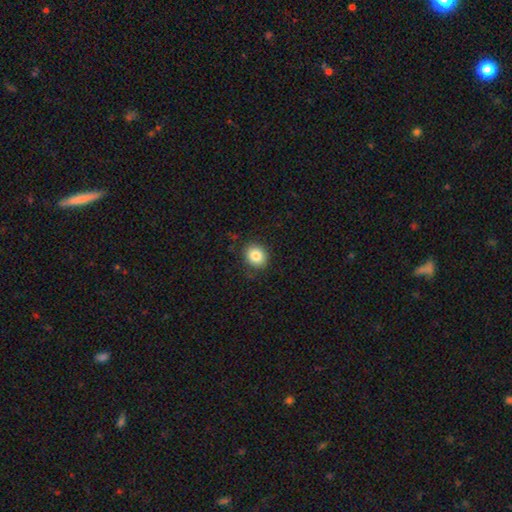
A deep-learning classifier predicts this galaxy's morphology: A smooth galaxy with no disk features (84%) that is round (67%).

Vote fractions:
- Smooth or featured? smooth: 84% / star or artifact: 9% / featured or disk: 6%
- How rounded? round: 67% / in between: 32% / cigar-shaped: 1%
- Merging? none: 86% / minor disturbance: 10% / major disturbance: 3% / merger: 1%